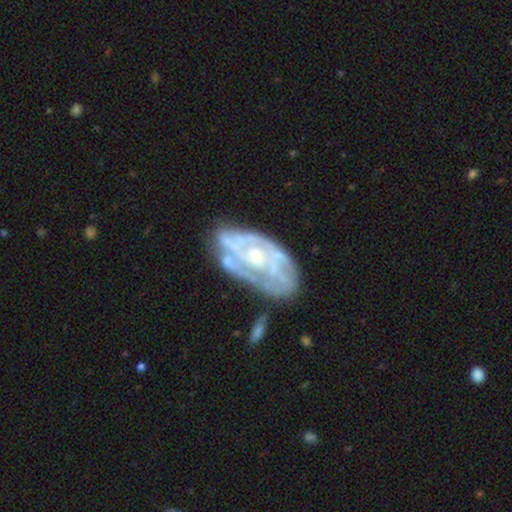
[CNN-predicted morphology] Overall: featured or disk (81%). Edge-on disk: no (95%). Bar: no (76%). Spiral arms: yes (74%). Spiral arm count: can't tell (52%; 2 21%). Spiral winding: tight (62%; medium 28%). Bulge size: small (48%; moderate 44%). Merging: none (54%; minor disturbance 25%).